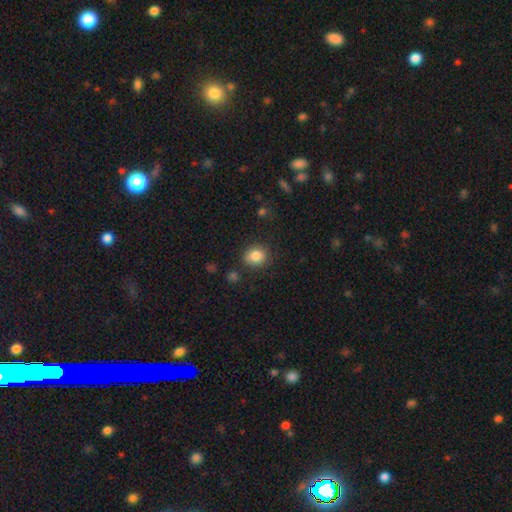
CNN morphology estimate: Smooth or featured?
  - smooth: 83% *
  - star or artifact: 10%
  - featured or disk: 6%
How rounded?
  - round: 68% *
  - in between: 31%
  - cigar-shaped: 1%
Merging?
  - none: 81% *
  - minor disturbance: 12%
  - major disturbance: 3%
  - merger: 3%